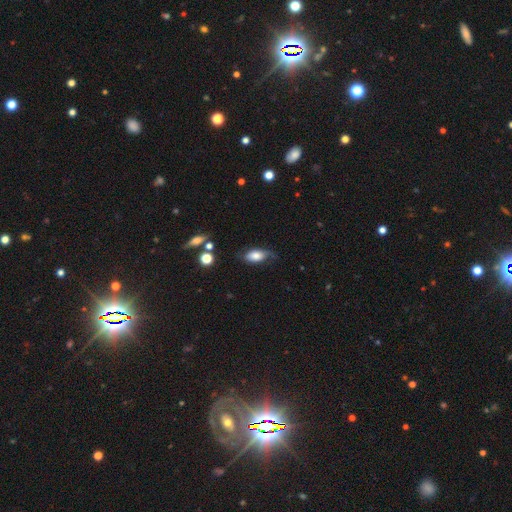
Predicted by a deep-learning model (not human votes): The model was most divided on "merging": none: 52%, minor disturbance: 29%, major disturbance: 16%, merger: 3%. More confident: how rounded — in between (89%); smooth or featured — smooth (68%).